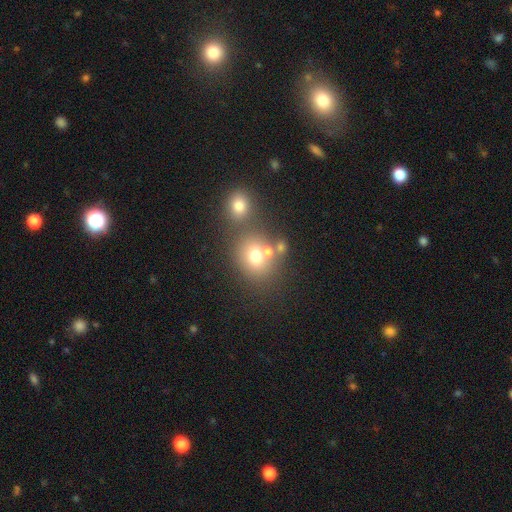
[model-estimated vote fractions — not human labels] A smooth galaxy with no disk features (71%) that is round (61%). Merging: none (49%).